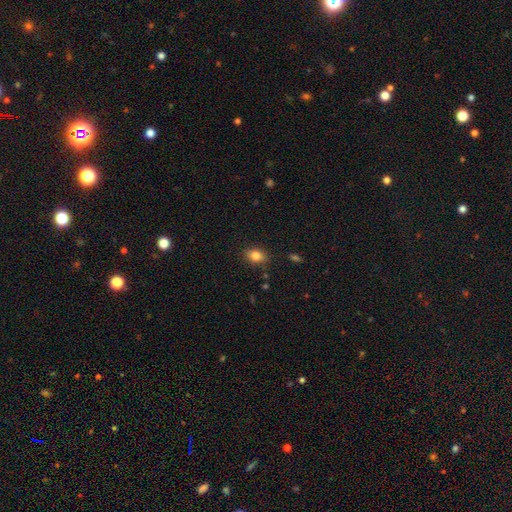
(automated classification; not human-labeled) Smooth or featured? smooth (84%)
How rounded? in between (69%)
Merging? none (86%)